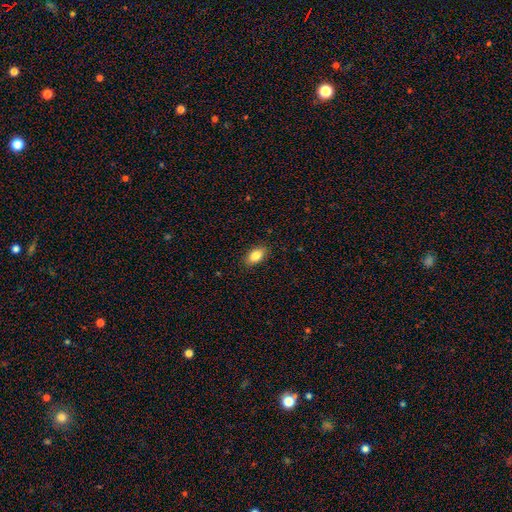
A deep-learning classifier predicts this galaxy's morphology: Smooth or featured? smooth (85%)
How rounded? in between (91%)
Merging? none (88%)